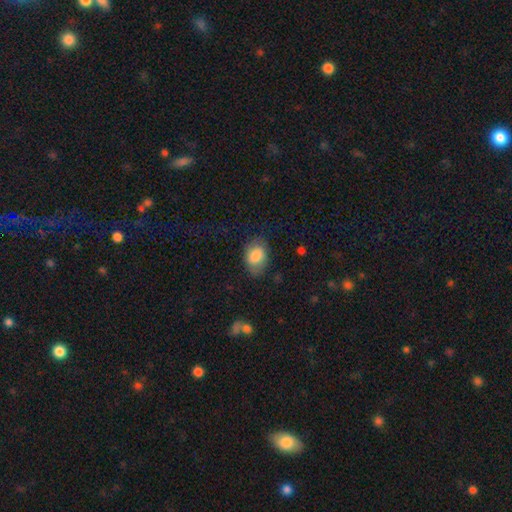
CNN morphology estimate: The model was most divided on "merging": none: 69%, minor disturbance: 22%, major disturbance: 8%, merger: 1%. More confident: smooth or featured — smooth (82%); how rounded — in between (81%).